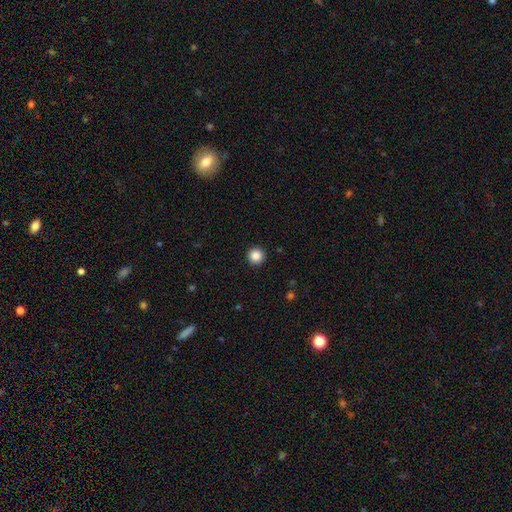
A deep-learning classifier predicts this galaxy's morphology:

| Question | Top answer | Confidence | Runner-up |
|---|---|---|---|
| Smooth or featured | smooth | 86% | star or artifact (10%) |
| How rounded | round | 96% | in between (3%) |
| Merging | none | 93% | minor disturbance (4%) |